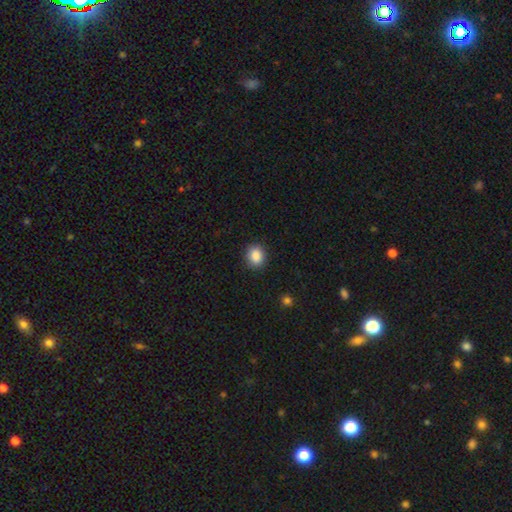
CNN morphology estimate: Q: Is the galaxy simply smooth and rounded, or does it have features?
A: smooth — 87%.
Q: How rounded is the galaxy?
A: round — 69%.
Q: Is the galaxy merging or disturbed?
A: none — 90%.